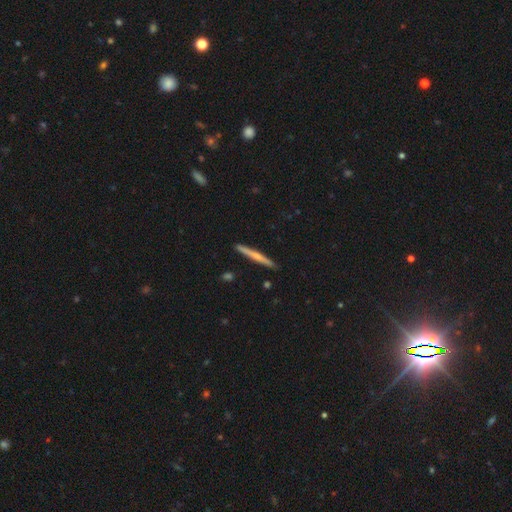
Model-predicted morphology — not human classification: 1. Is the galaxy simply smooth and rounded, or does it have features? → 49% smooth, 45% featured or disk, 6% star or artifact.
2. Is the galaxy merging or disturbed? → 91% none, 6% minor disturbance, 1% merger, 1% major disturbance.